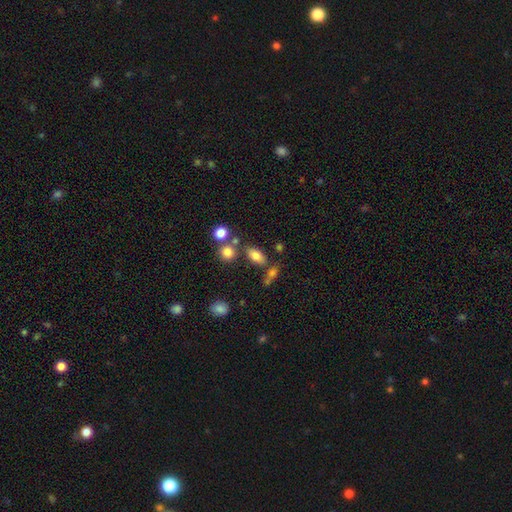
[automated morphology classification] Q: Smooth or featured?
A: smooth (79%); runner-up: star or artifact (11%)
Q: How rounded?
A: in between (86%); runner-up: round (9%)
Q: Merging?
A: none (69%); runner-up: merger (14%)